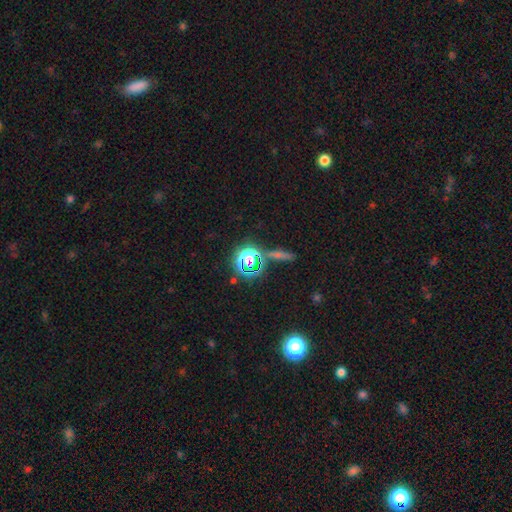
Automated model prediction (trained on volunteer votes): This is likely a star or artifact rather than a galaxy (68%).